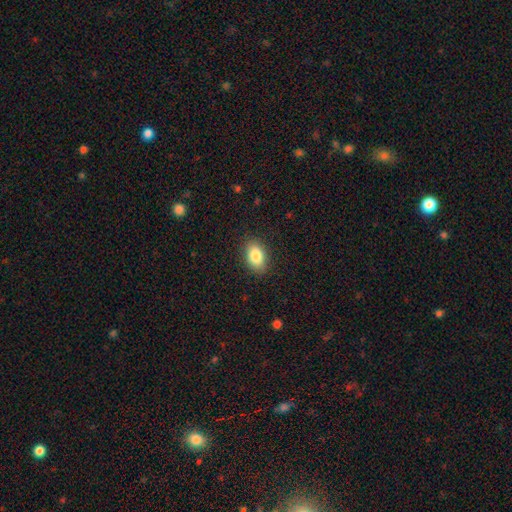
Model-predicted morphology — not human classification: type=smooth (86%); roundness=in between (88%); merging=none (87%).